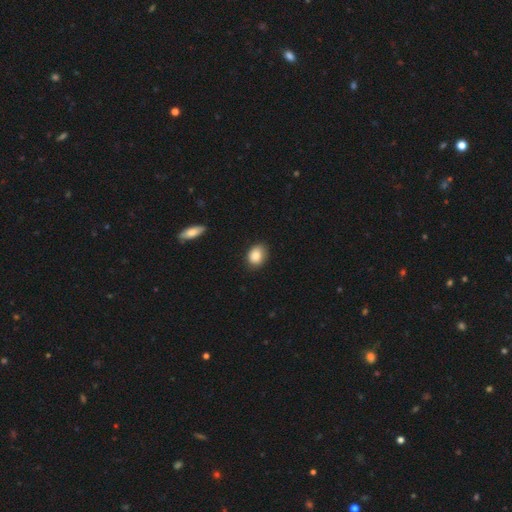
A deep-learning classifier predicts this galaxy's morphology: Overall: smooth (86%). How rounded: in between (64%; round 35%). Merging: none (78%).